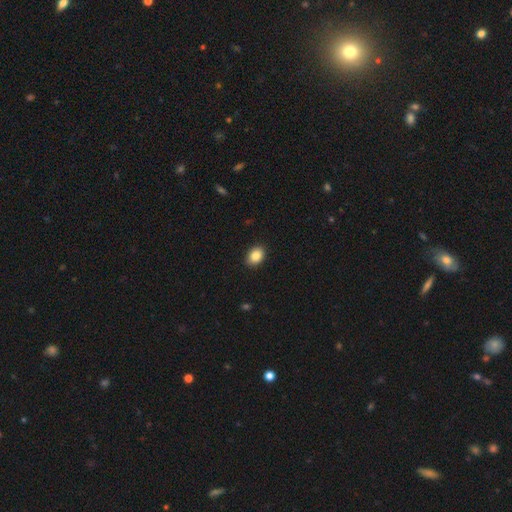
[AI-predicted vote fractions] This is clearly a smooth galaxy (87%). How rounded: likely in between (74%). Merging: clearly none (90%).